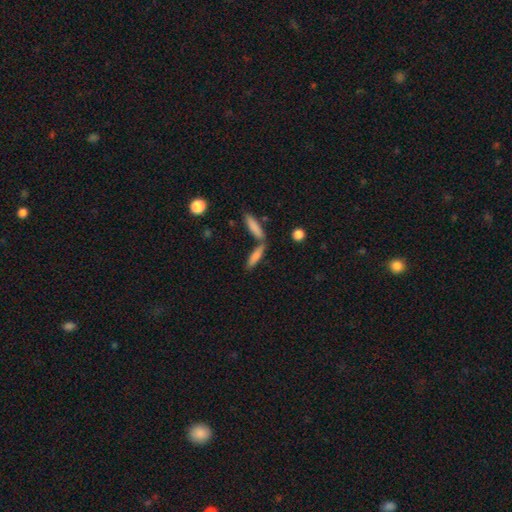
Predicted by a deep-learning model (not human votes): smooth_or_featured: smooth (p=0.77) [alt: featured or disk p=0.15]
how_rounded: cigar-shaped (p=0.69) [alt: in between p=0.28]
merging: none (p=0.53) [alt: merger p=0.34]